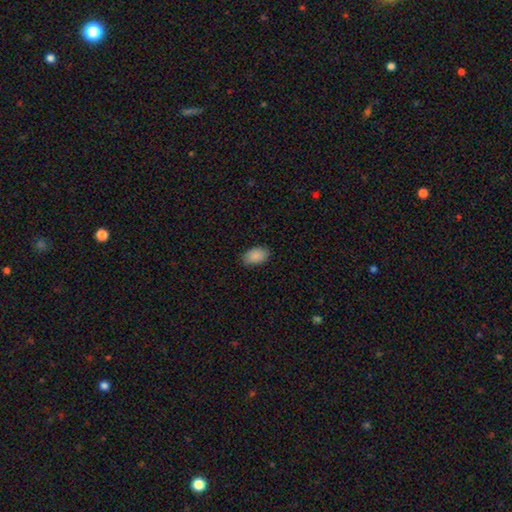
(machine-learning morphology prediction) smooth_or_featured: smooth (p=0.90) [alt: star or artifact p=0.06]
how_rounded: in between (p=0.93) [alt: round p=0.06]
merging: none (p=0.85) [alt: minor disturbance p=0.12]